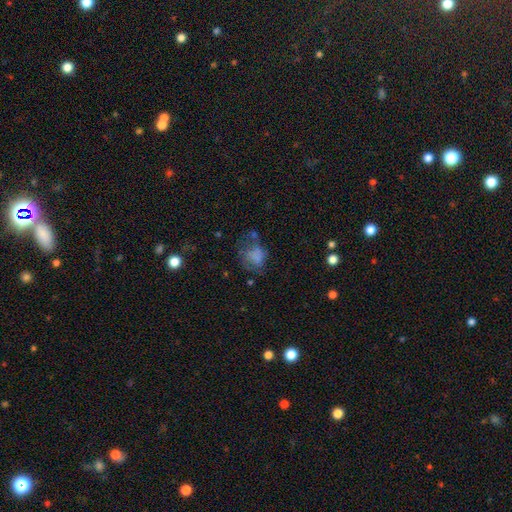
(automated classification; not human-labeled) smooth 58%, featured or disk 28%, star or artifact 14%. Down the decision tree: how rounded — in between (54%); merging — major disturbance (35%).